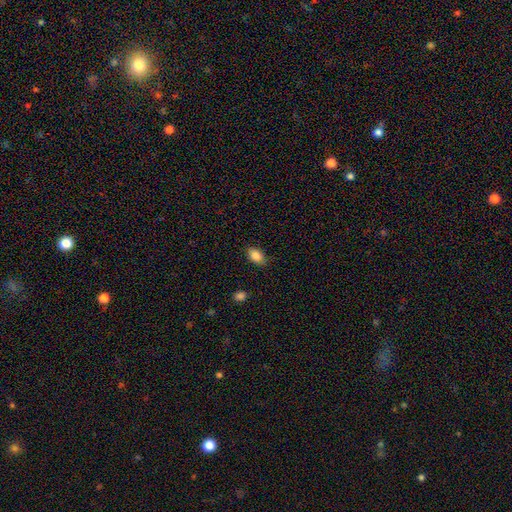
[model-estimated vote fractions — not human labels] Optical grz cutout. It shows a smooth galaxy with no disk features (87%) that is in between round and cigar-shaped (86%). Merging: none (84%).